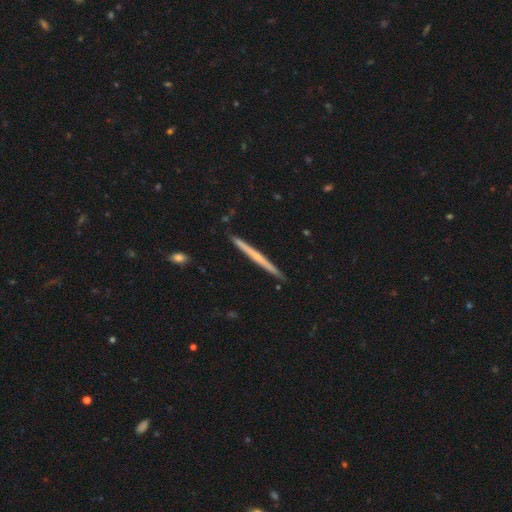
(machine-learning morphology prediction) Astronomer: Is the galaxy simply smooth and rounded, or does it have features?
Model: featured or disk — 57% (runner-up: smooth, 37%).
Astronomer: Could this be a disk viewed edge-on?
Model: yes — 98%.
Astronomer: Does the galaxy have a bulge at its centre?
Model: none — 73%.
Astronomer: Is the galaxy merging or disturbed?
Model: none — 91%.